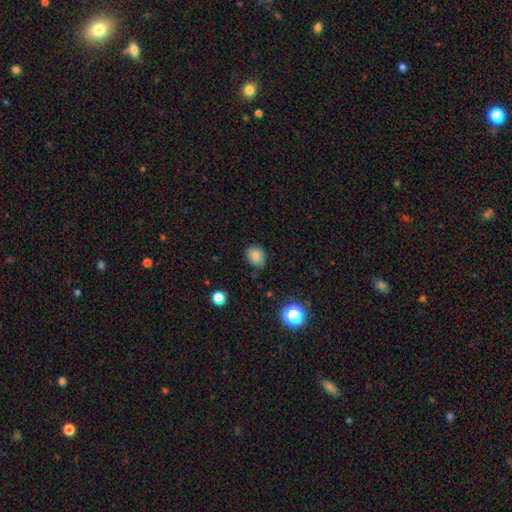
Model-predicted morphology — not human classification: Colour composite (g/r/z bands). It shows a smooth galaxy with no disk features (81%) that is round (61%). Merging: none (72%).